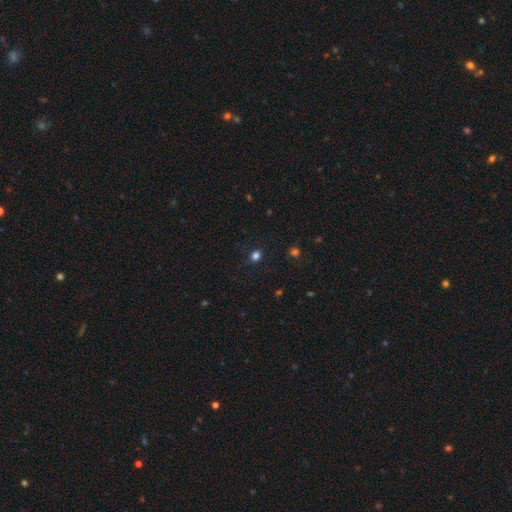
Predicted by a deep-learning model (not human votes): This appears to be a smooth galaxy with no disk features (77%) that is round (74%). Merging: none (84%).